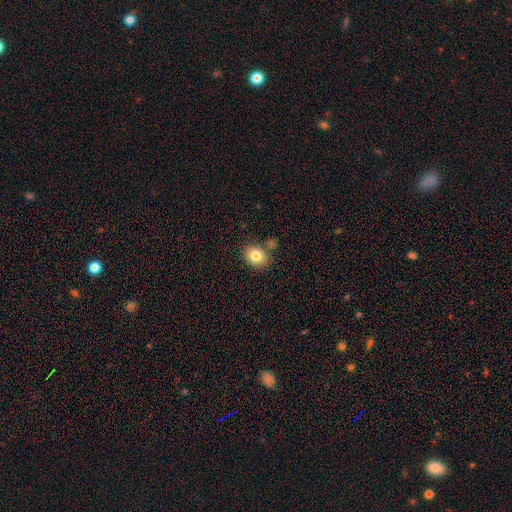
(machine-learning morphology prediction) This appears to be a smooth galaxy with no disk features (81%) that is round (55%). Merging: none (77%).